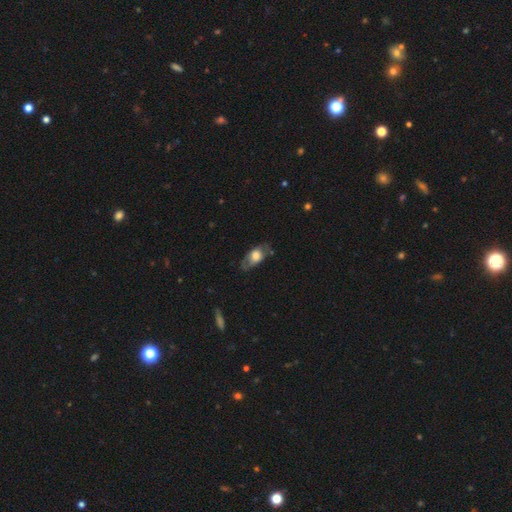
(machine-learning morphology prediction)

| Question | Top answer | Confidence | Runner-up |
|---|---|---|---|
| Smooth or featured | smooth | 52% | featured or disk (42%) |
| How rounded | in between | 84% | round (10%) |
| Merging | none | 59% | minor disturbance (27%) |